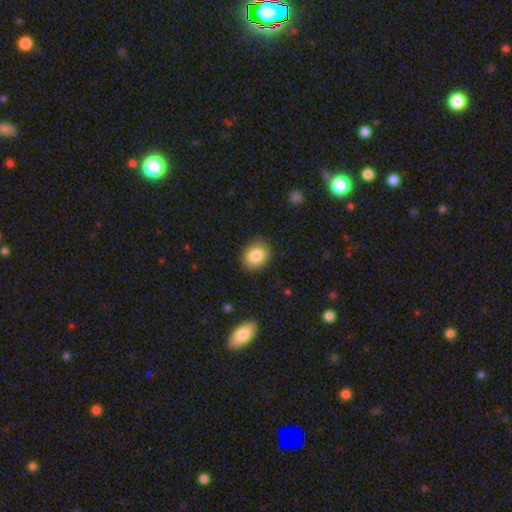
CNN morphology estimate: smooth_or_featured: smooth (p=0.84) [alt: star or artifact p=0.08]
how_rounded: round (p=0.53) [alt: in between p=0.46]
merging: none (p=0.86) [alt: minor disturbance p=0.11]